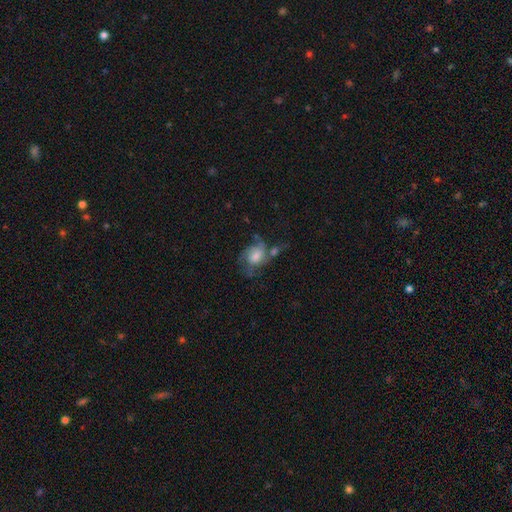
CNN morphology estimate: This appears to be a featured or disk galaxy (57%) with no bar (67%), spiral arms (77%) and a moderate central bulge (50%). Merging: none (35%).